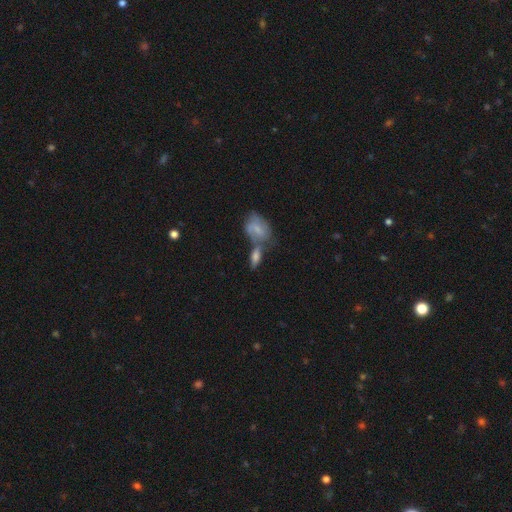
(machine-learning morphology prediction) The model was most divided on "merging": none: 43%, merger: 38%, minor disturbance: 13%, major disturbance: 6%. More confident: how rounded — in between (72%); smooth or featured — smooth (51%).